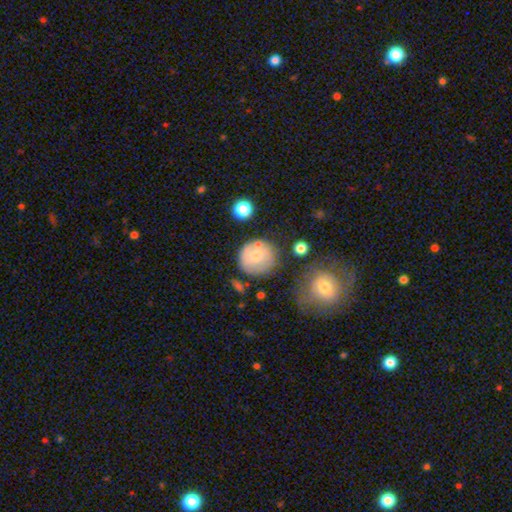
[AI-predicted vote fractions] Smooth or featured: smooth — 65% (featured or disk — 27%)
How rounded: round — 91% (in between — 8%)
Merging: none — 70% (minor disturbance — 17%)